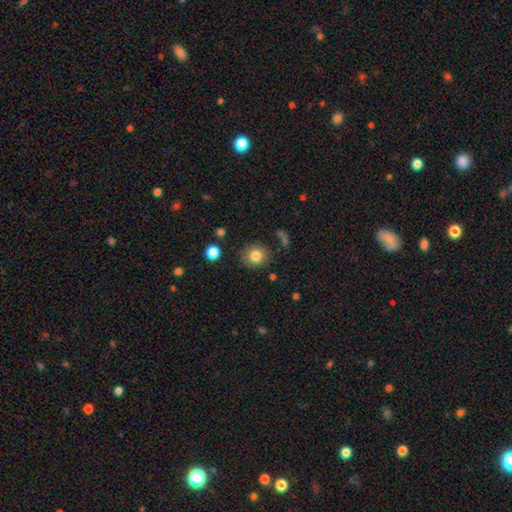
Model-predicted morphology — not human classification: This appears to be a smooth galaxy with no disk features (82%) that is round (89%). Merging: none (83%).